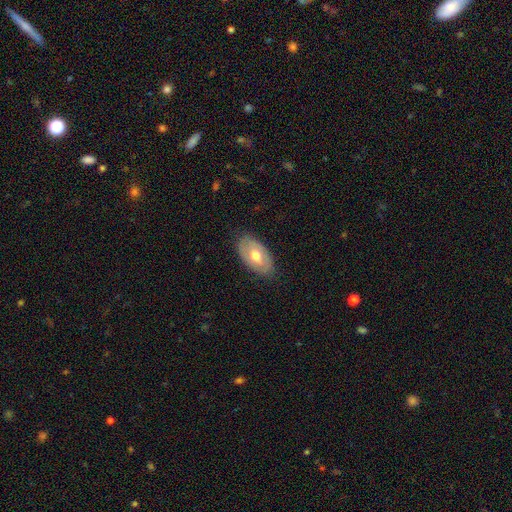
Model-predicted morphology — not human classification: Q: Smooth or featured?
A: smooth (54%); runner-up: featured or disk (41%)
Q: How rounded?
A: in between (93%); runner-up: round (6%)
Q: Merging?
A: none (81%); runner-up: minor disturbance (15%)